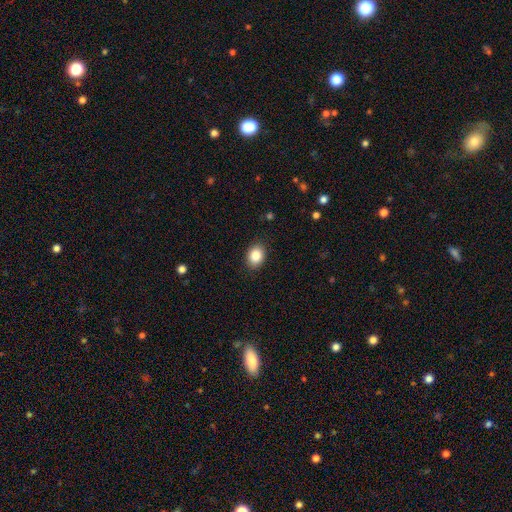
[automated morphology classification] type=smooth (86%); roundness=in between (67%); merging=none (88%).